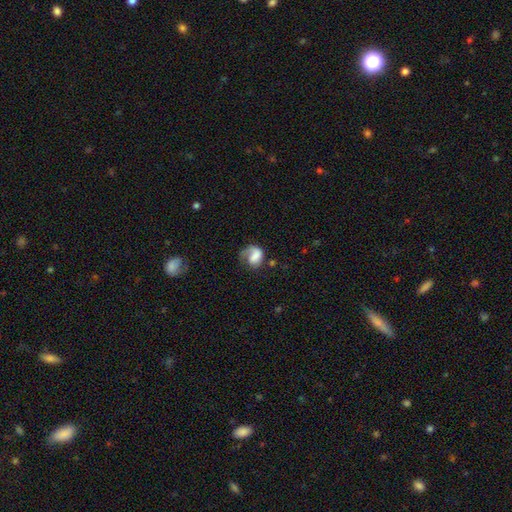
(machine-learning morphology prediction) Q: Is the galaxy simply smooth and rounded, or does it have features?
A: smooth — 55%.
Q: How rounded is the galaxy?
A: in between — 57%.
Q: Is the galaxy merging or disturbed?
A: major disturbance — 39%.